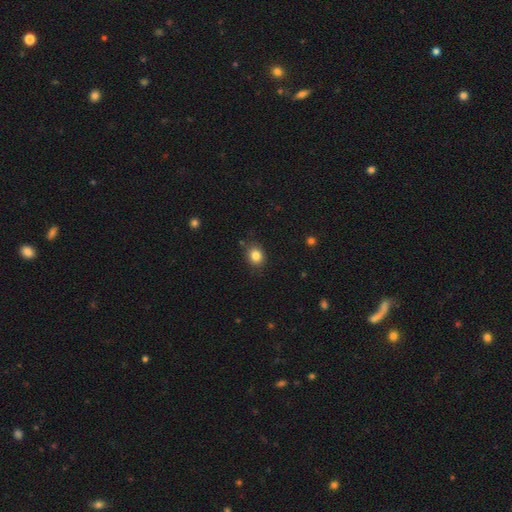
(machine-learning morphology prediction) A smooth galaxy with no disk features (83%) that is round (62%). Merging: none (85%).